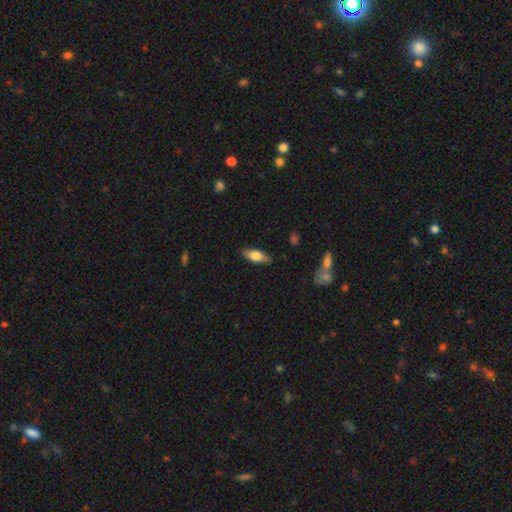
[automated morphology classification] Smooth or featured? Predicted: smooth (p=0.70). How rounded? Predicted: in between (p=0.72). Merging? Predicted: none (p=0.85).